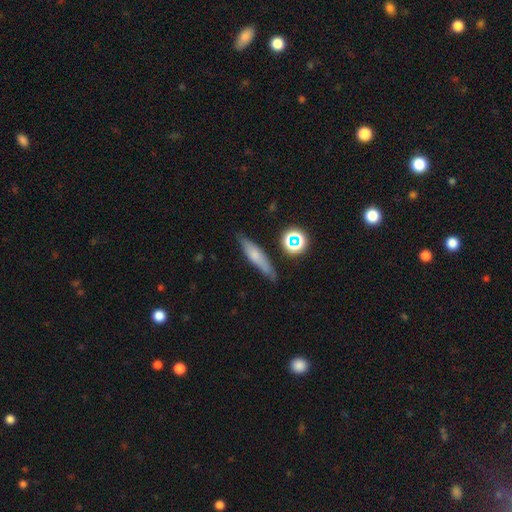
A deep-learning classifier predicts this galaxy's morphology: type=smooth (58%); roundness=cigar-shaped (77%); merging=none (76%).